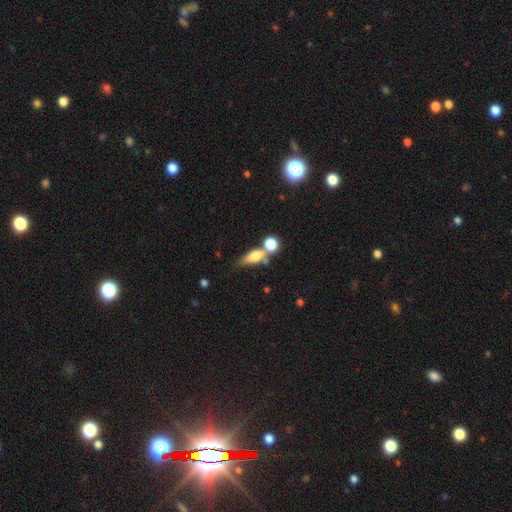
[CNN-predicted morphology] The model was most divided on "merging": none: 42%, merger: 36%, minor disturbance: 15%, major disturbance: 8%. More confident: smooth or featured — smooth (65%); how rounded — in between (58%).